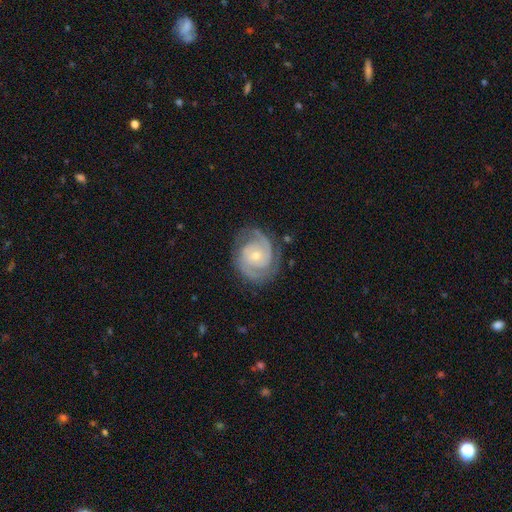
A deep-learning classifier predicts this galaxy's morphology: Q: Smooth or featured?
A: featured or disk (89%); runner-up: smooth (7%)
Q: Edge-on disk?
A: no (98%); runner-up: yes (2%)
Q: Bar?
A: no (66%); runner-up: weak (27%)
Q: Spiral arms?
A: yes (97%); runner-up: no (3%)
Q: Spiral winding?
A: tight (62%); runner-up: medium (32%)
Q: Spiral arm count?
A: 2 (76%); runner-up: 3 (10%)
Q: Bulge size?
A: small (54%); runner-up: moderate (42%)
Q: Merging?
A: none (78%); runner-up: minor disturbance (15%)